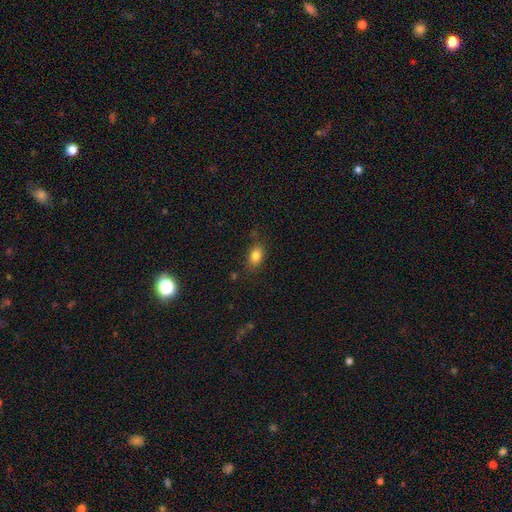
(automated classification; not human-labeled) A smooth galaxy with no disk features (83%) that is in between round and cigar-shaped (81%). Merging: none (79%).